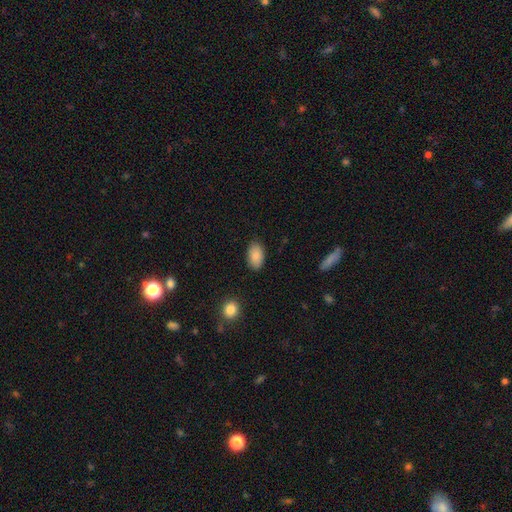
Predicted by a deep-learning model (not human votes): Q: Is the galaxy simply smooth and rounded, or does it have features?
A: smooth — 88%.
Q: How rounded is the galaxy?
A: in between — 92%.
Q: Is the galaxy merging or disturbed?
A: none — 87%.